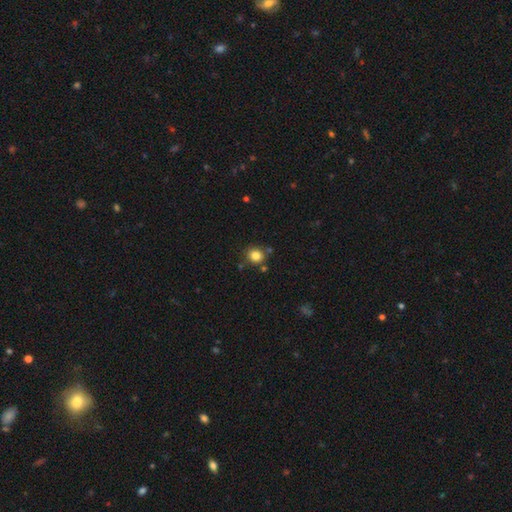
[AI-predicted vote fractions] Smooth or featured? Predicted: smooth (p=0.82). How rounded? Predicted: round (p=0.82). Merging? Predicted: none (p=0.82).